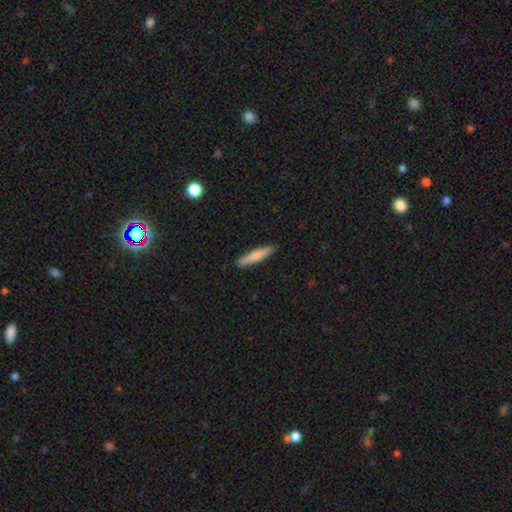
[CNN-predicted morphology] Smooth or featured? smooth (75%)
How rounded? cigar-shaped (90%)
Merging? none (91%)